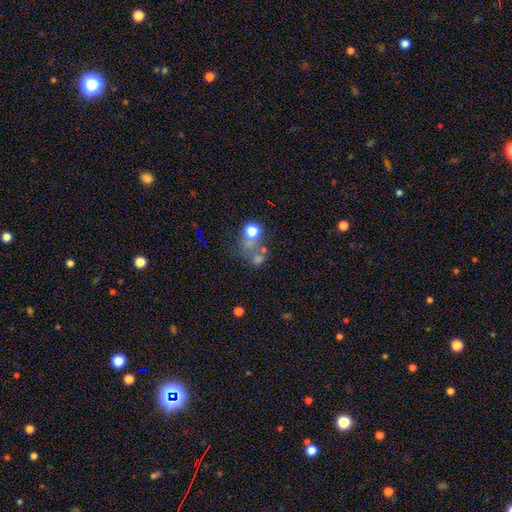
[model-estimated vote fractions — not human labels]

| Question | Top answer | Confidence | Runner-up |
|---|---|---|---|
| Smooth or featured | smooth | 49% | star or artifact (32%) |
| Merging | none | 38% | merger (35%) |